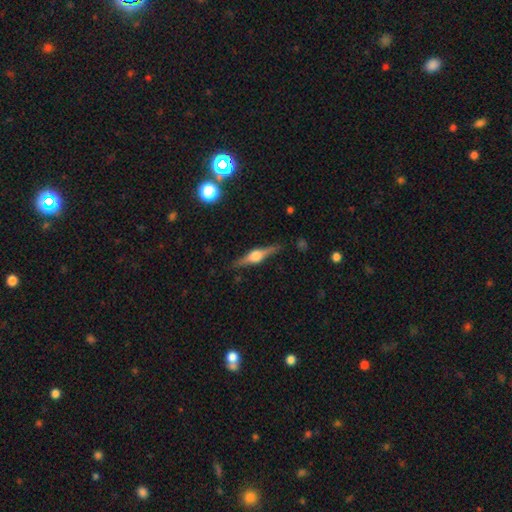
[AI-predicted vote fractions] Smooth or featured? Predicted: featured or disk (p=0.77). Edge-on disk? Predicted: yes (p=0.98). Edge-on bulge? Predicted: rounded (p=0.93). Merging? Predicted: none (p=0.88).